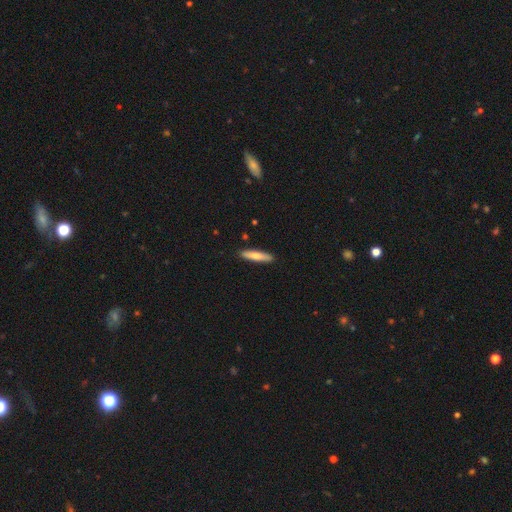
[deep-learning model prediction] smooth 70%, featured or disk 25%, star or artifact 5%. Down the decision tree: how rounded — cigar-shaped (85%); merging — none (90%).